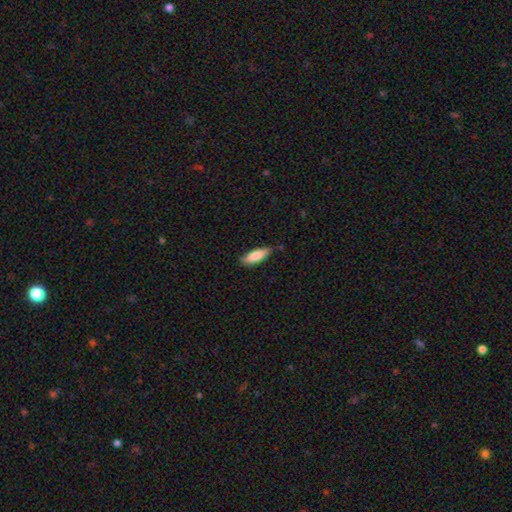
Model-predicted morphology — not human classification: Overall: smooth (81%). How rounded: in between (57%; cigar-shaped 41%). Merging: none (77%).